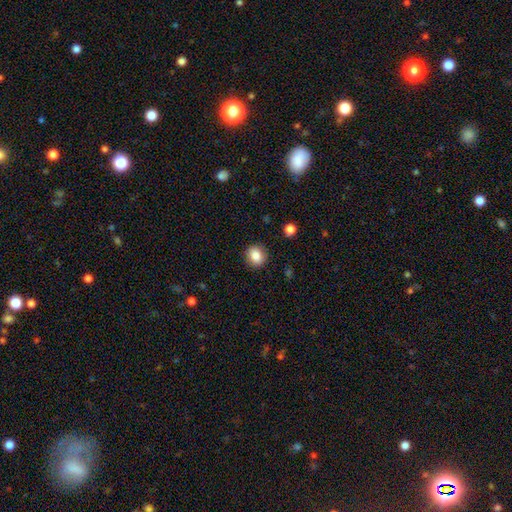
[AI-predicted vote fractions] Smooth or featured?
  - smooth: 84% *
  - star or artifact: 10%
  - featured or disk: 6%
How rounded?
  - round: 81% *
  - in between: 18%
  - cigar-shaped: 1%
Merging?
  - none: 89% *
  - minor disturbance: 7%
  - major disturbance: 2%
  - merger: 1%